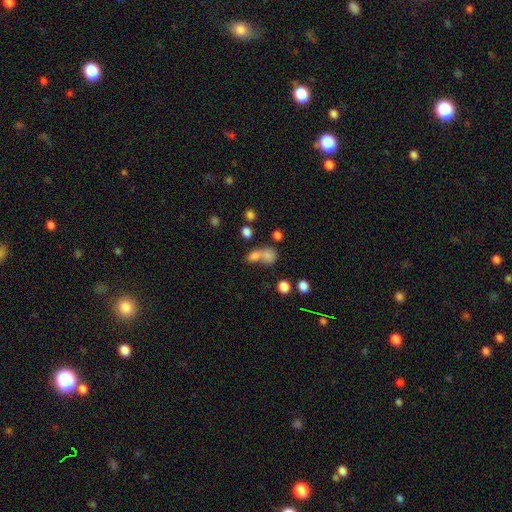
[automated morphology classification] type=smooth (74%); roundness=in between (59%); merging=merger (58%).